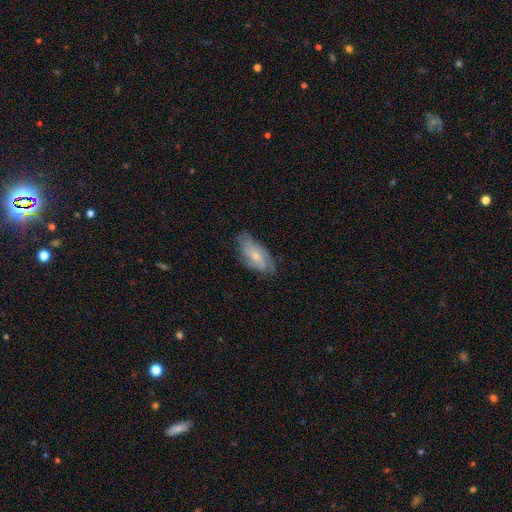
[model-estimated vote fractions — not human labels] A featured or disk galaxy (59%) with no bar (59%), spiral arms (82%) and a small central bulge (60%). Merging: none (65%).